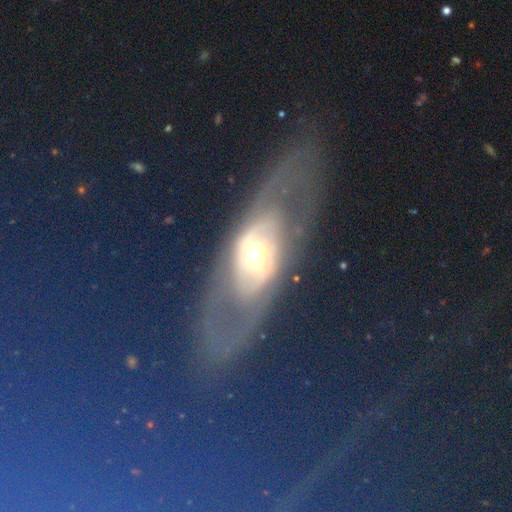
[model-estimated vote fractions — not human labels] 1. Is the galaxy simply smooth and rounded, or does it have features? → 76% featured or disk, 17% smooth, 7% star or artifact.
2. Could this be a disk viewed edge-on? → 83% no, 17% yes.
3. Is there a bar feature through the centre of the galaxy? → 53% no, 28% weak, 19% strong.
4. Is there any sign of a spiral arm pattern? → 55% yes, 45% no.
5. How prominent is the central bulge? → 67% moderate, 17% small, 13% large, 2% dominant, 1% none.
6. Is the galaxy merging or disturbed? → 66% none, 19% major disturbance, 14% minor disturbance, 2% merger.